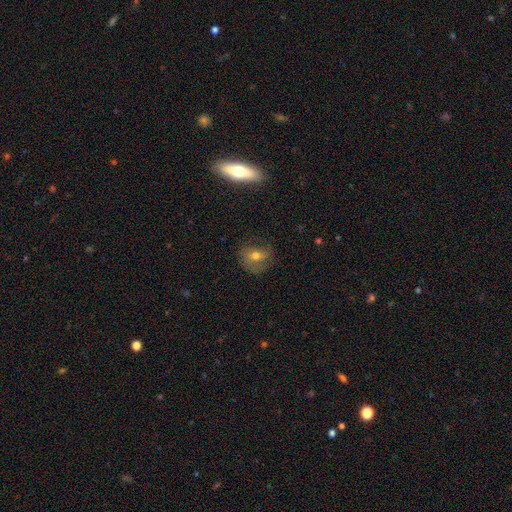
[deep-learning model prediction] Smooth or featured? Predicted: smooth (p=0.44). Merging? Predicted: none (p=0.63).